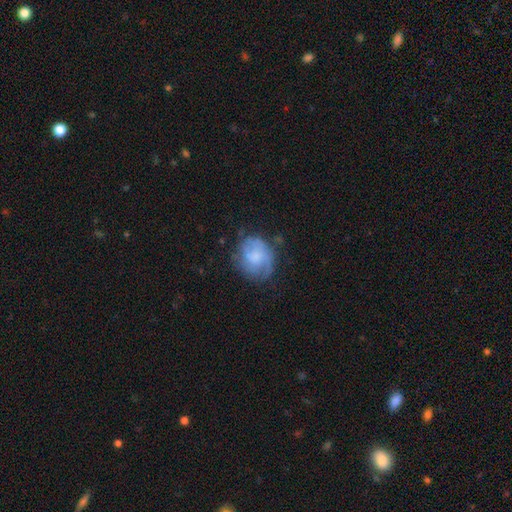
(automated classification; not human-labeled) smooth-or-featured: featured or disk: 52% | smooth: 40% | star or artifact: 8%
  disk-edge-on: no: 98% | yes: 2%
    bar: no: 73% | weak: 23% | strong: 3%
    has-spiral-arms: yes: 72% | no: 28%
    bulge-size: small: 31% | moderate: 29% | none: 29% | large: 9% | dominant: 2%
  merging: none: 59% | minor disturbance: 23% | major disturbance: 15% | merger: 2%